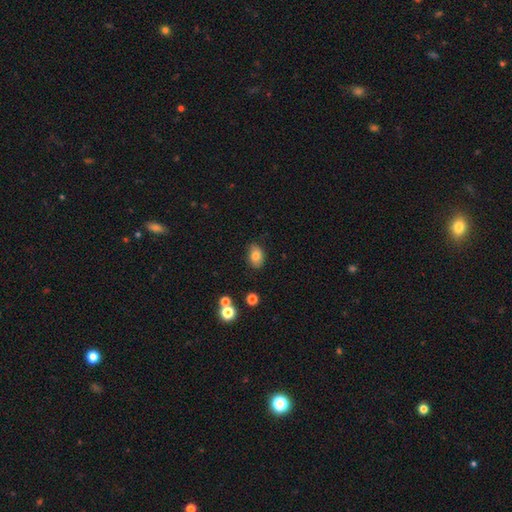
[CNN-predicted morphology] smooth_or_featured: smooth (p=0.80) [alt: featured or disk p=0.11]
how_rounded: in between (p=0.83) [alt: round p=0.16]
merging: none (p=0.80) [alt: minor disturbance p=0.15]